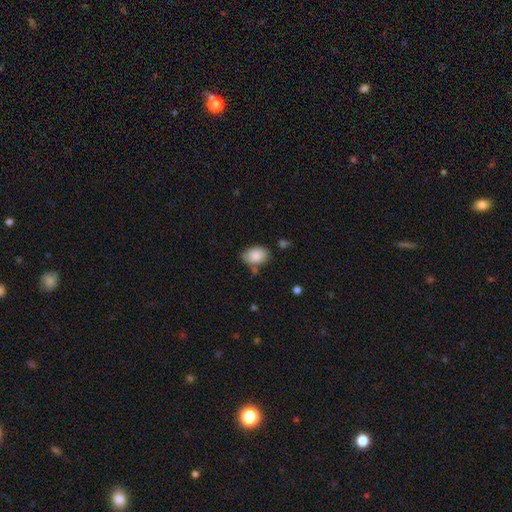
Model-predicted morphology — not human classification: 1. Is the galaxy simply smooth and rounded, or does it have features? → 87% smooth, 7% star or artifact, 6% featured or disk.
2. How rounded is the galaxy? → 83% in between, 16% round, 1% cigar-shaped.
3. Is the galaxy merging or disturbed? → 68% none, 22% minor disturbance, 6% merger, 5% major disturbance.